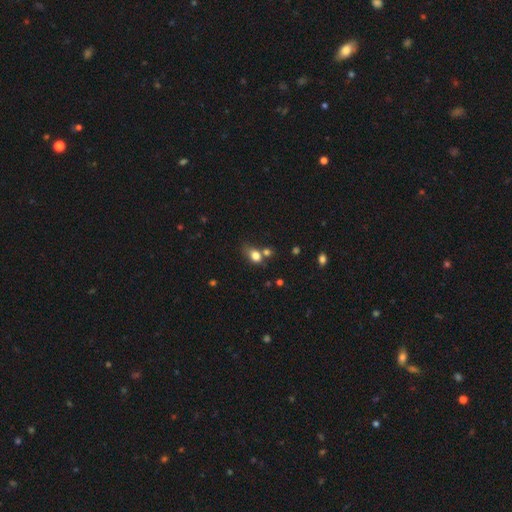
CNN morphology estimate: This is likely a smooth galaxy (79%). How rounded: likely in between (66%). Merging: marginally none (43%).